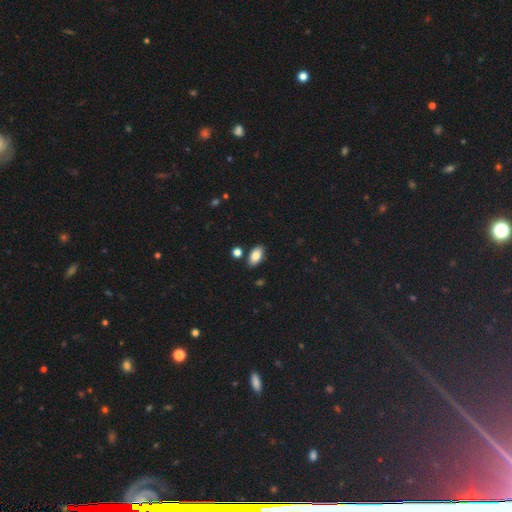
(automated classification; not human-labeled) Smooth or featured? Predicted: smooth (p=0.85). How rounded? Predicted: in between (p=0.93). Merging? Predicted: none (p=0.84).